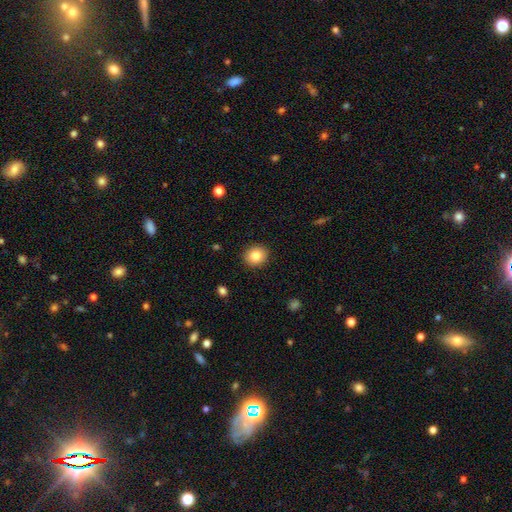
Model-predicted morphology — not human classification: Smooth or featured: smooth — 85% (star or artifact — 9%)
How rounded: round — 75% (in between — 25%)
Merging: none — 90% (minor disturbance — 7%)